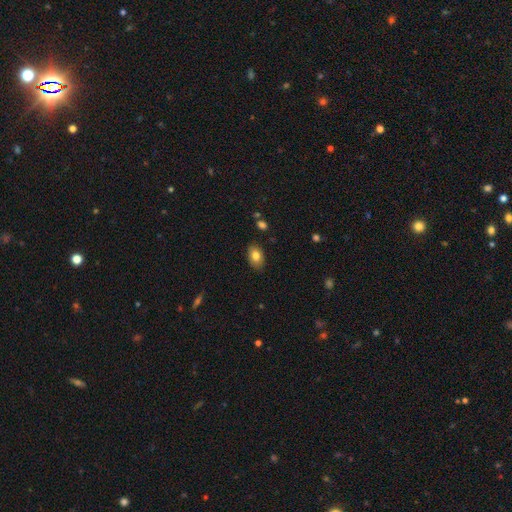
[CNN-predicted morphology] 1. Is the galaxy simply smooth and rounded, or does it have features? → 81% smooth, 11% featured or disk, 8% star or artifact.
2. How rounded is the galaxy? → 87% in between, 12% round, 1% cigar-shaped.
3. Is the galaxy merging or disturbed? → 86% none, 10% minor disturbance, 2% major disturbance, 1% merger.